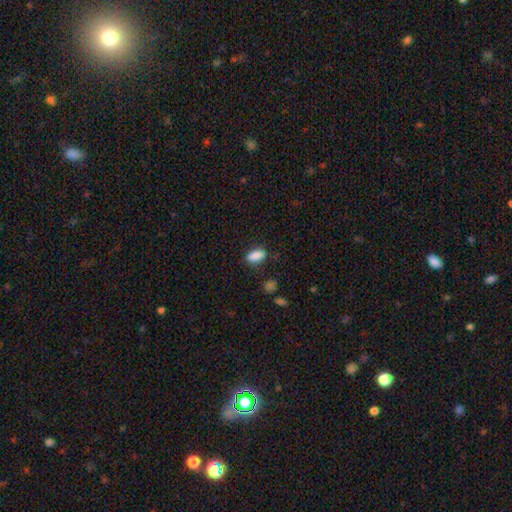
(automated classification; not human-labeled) Q: Smooth or featured?
A: smooth (88%); runner-up: star or artifact (8%)
Q: How rounded?
A: in between (82%); runner-up: cigar-shaped (13%)
Q: Merging?
A: none (82%); runner-up: minor disturbance (13%)